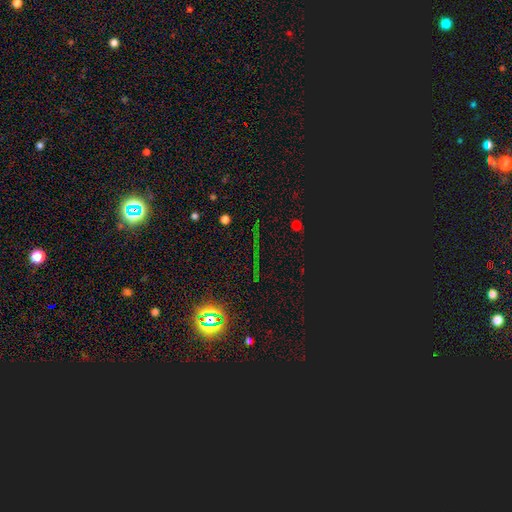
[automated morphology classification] Q: Smooth or featured?
A: star or artifact (80%); runner-up: smooth (10%)